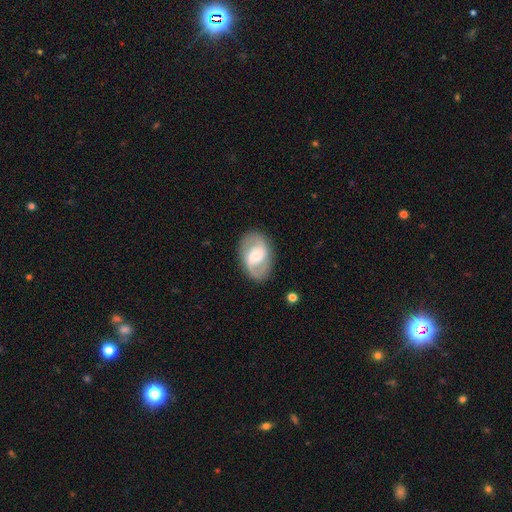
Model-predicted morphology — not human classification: The model was most divided on "spiral winding": medium: 49%, loose: 33%, tight: 18%. Remaining: edge-on disk — no (97%); spiral arms — yes (90%); spiral arm count — 2 (89%); merging — none (83%); smooth or featured — featured or disk (77%); bulge size — moderate (53%); bar — weak (50%).